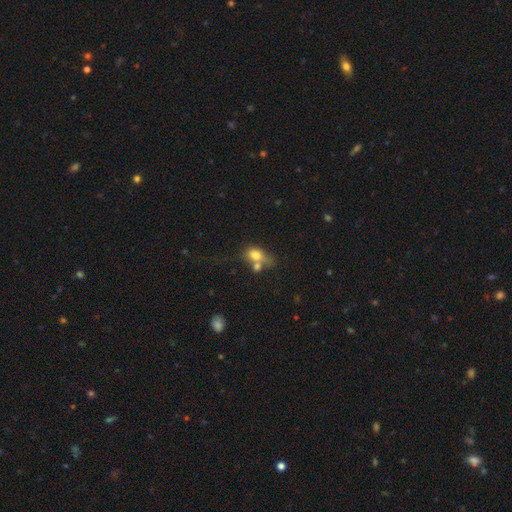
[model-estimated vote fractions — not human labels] Smooth or featured: smooth — 75% (featured or disk — 15%)
How rounded: in between — 68% (round — 29%)
Merging: merger — 47% (none — 28%)